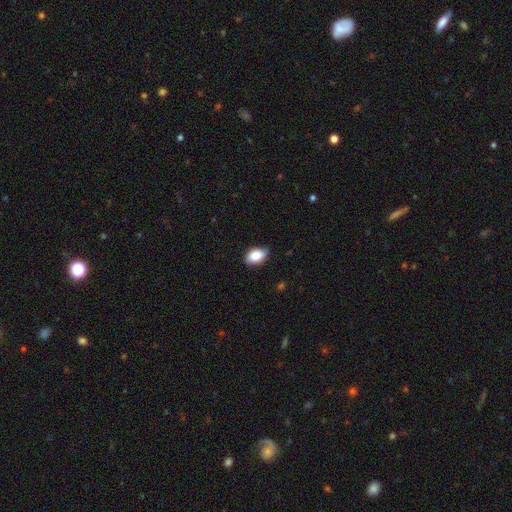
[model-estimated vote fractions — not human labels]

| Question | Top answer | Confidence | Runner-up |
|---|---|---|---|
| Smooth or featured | smooth | 84% | featured or disk (8%) |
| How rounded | in between | 85% | round (13%) |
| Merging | none | 76% | minor disturbance (20%) |